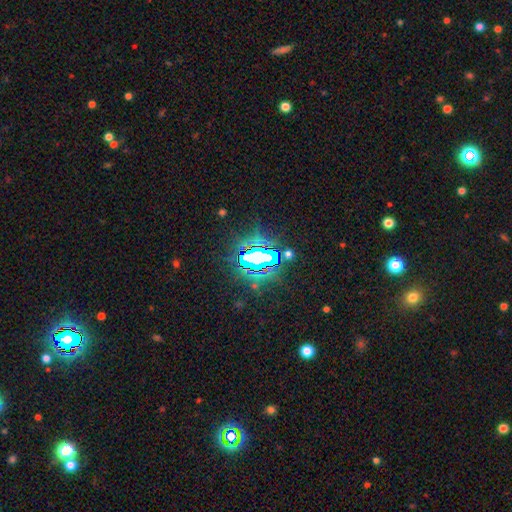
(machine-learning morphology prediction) Smooth or featured?
  - star or artifact: 72% *
  - smooth: 15%
  - featured or disk: 13%